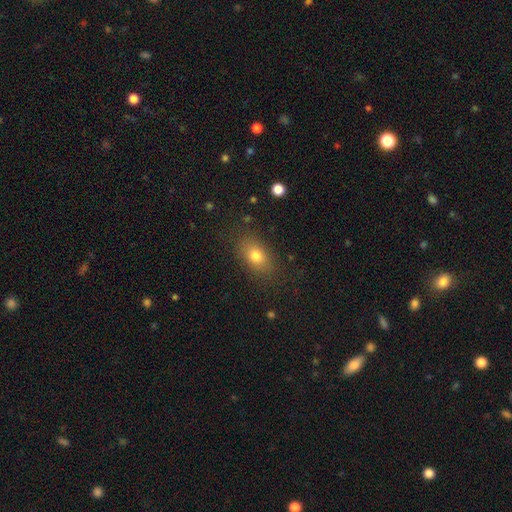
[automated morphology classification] smooth 78%, featured or disk 12%, star or artifact 10%. Down the decision tree: how rounded — in between (80%); merging — none (82%).